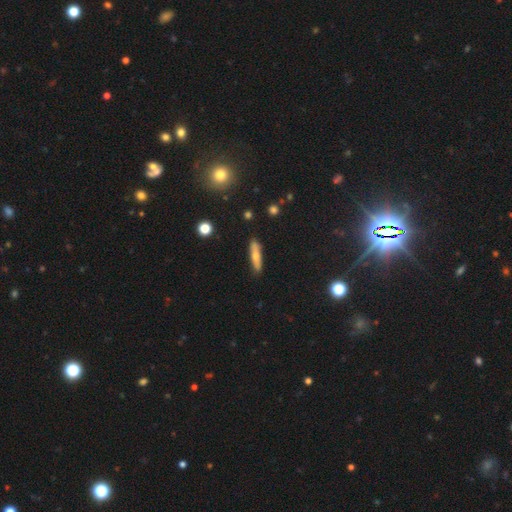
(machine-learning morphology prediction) type=smooth (66%); roundness=cigar-shaped (81%); merging=none (85%).